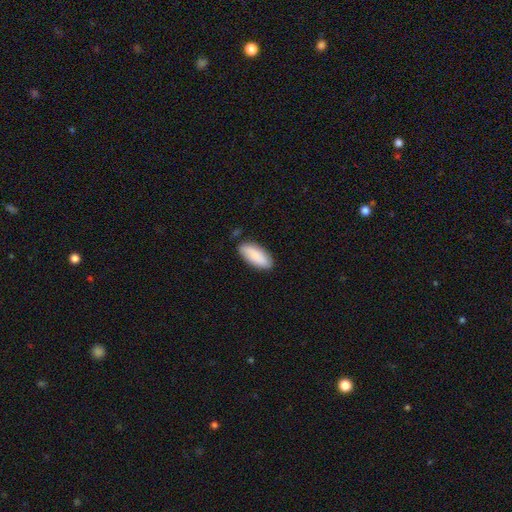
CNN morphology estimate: smooth_or_featured: smooth (p=0.87) [alt: featured or disk p=0.08]
how_rounded: in between (p=0.80) [alt: cigar-shaped p=0.18]
merging: none (p=0.84) [alt: minor disturbance p=0.12]